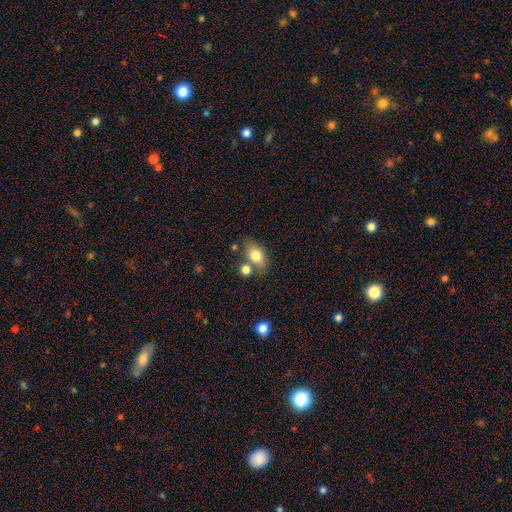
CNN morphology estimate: Smooth or featured? Predicted: smooth (p=0.77). How rounded? Predicted: in between (p=0.80). Merging? Predicted: none (p=0.59).